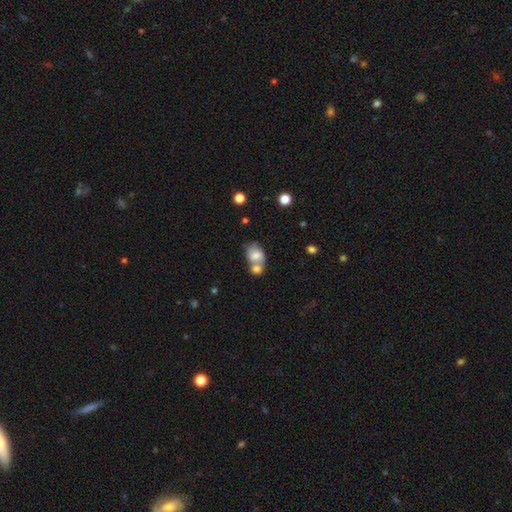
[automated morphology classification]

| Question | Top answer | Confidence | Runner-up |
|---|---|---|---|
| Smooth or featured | smooth | 74% | featured or disk (18%) |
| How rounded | in between | 65% | round (33%) |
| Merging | merger | 57% | none (27%) |